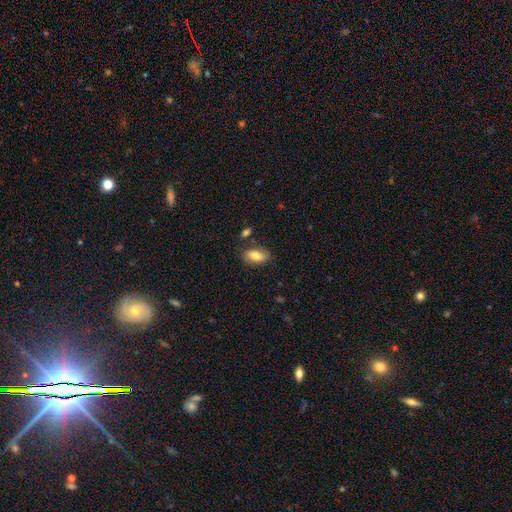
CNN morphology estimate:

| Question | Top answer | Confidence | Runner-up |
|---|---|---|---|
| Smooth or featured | smooth | 79% | featured or disk (13%) |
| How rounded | in between | 91% | round (5%) |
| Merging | none | 79% | minor disturbance (13%) |